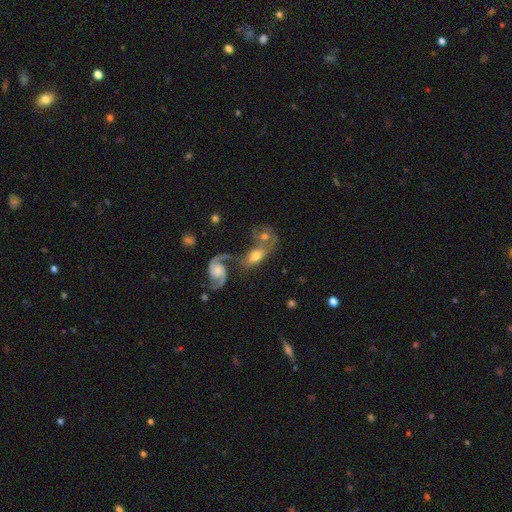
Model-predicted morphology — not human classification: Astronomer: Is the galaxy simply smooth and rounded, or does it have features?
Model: featured or disk — 51% (runner-up: smooth, 41%).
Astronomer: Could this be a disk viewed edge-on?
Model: no — 90%.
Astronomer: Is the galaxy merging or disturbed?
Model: merger — 53%.